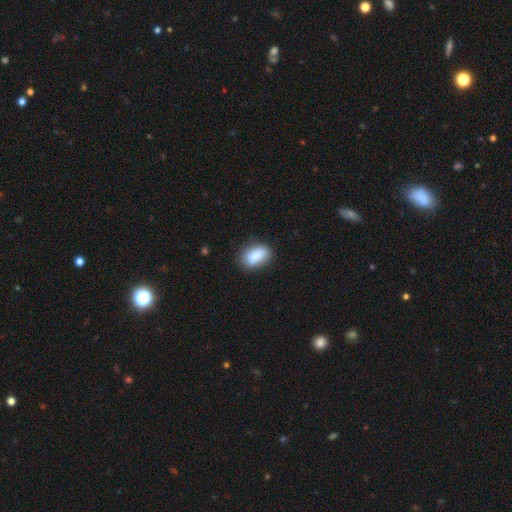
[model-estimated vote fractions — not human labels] A smooth galaxy with no disk features (86%) that is in between round and cigar-shaped (88%). Merging: none (79%).